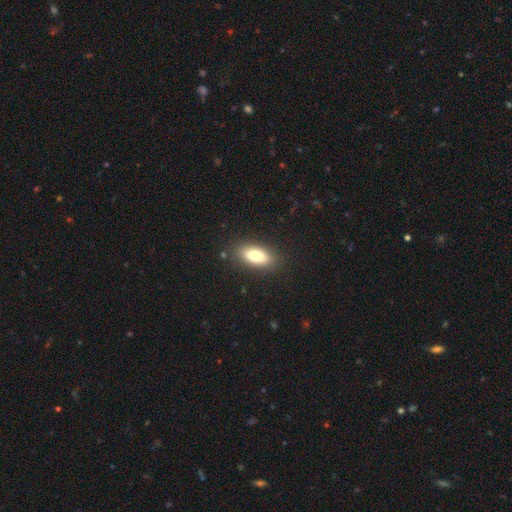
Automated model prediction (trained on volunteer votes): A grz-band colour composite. It shows a smooth galaxy with no disk features (79%) that is in between round and cigar-shaped (86%). Merging: none (86%).